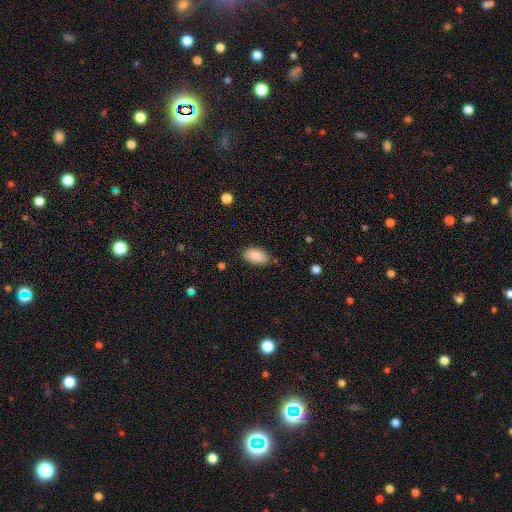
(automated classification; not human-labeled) A smooth galaxy with no disk features (87%) that is in between round and cigar-shaped (94%). Merging: none (80%).